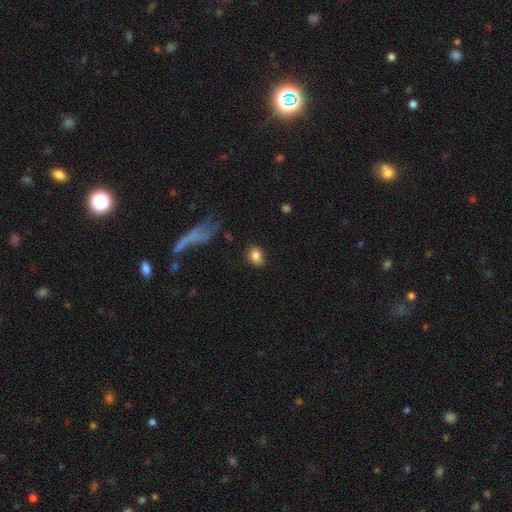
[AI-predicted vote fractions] Smooth or featured: smooth — 85% (star or artifact — 8%)
How rounded: in between — 76% (round — 22%)
Merging: none — 79% (minor disturbance — 14%)